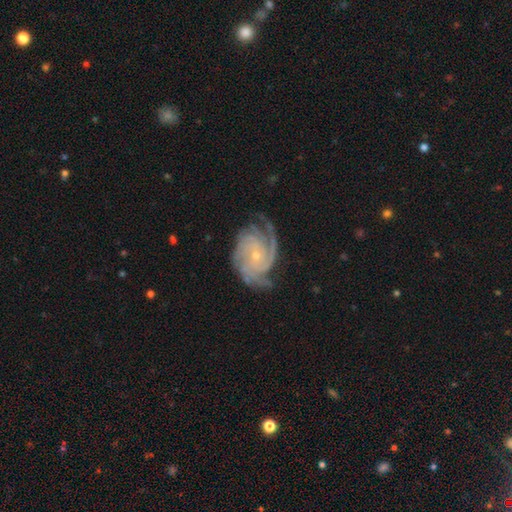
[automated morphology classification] Smooth or featured: featured or disk — 90% (star or artifact — 6%)
Edge-on disk: no — 98% (yes — 2%)
Bar: no — 73% (weak — 21%)
Spiral arms: yes — 98% (no — 2%)
Spiral winding: tight — 65% (medium — 30%)
Spiral arm count: 3 — 32% (4 — 27%)
Bulge size: small — 79% (moderate — 17%)
Merging: none — 71% (minor disturbance — 19%)